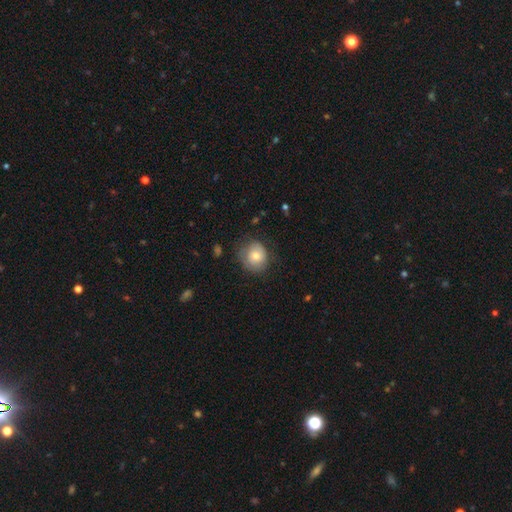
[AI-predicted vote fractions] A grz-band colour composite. It shows a smooth galaxy with no disk features (71%) that is round (81%). Merging: none (68%).